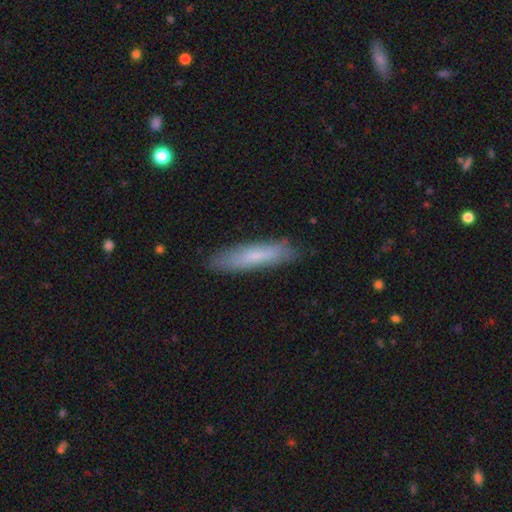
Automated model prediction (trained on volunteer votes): This appears to be a smooth galaxy with no disk features (72%) that is cigar-shaped (81%). Merging: none (85%).